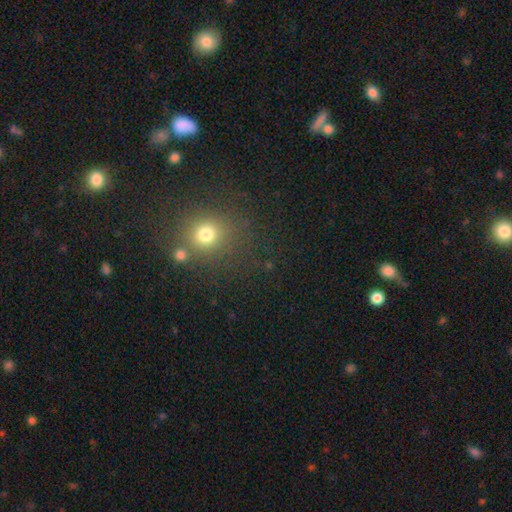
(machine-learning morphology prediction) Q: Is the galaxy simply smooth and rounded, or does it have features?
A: smooth — 57%.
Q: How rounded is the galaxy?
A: round — 86%.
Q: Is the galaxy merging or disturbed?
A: none — 82%.